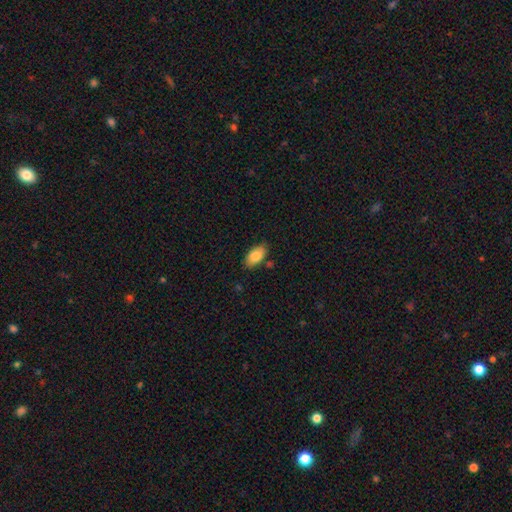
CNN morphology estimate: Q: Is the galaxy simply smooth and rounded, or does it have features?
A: smooth — 83%.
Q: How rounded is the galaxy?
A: in between — 93%.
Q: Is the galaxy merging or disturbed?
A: none — 80%.